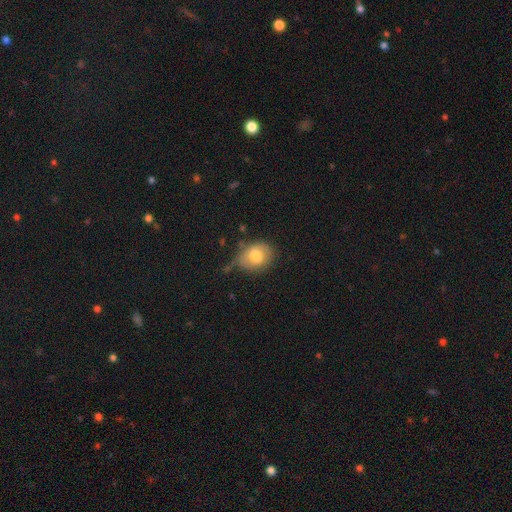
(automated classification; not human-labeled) The model was most divided on "how rounded": in between: 58%, round: 41%, cigar-shaped: 1%. More confident: smooth or featured — smooth (76%); merging — none (60%).